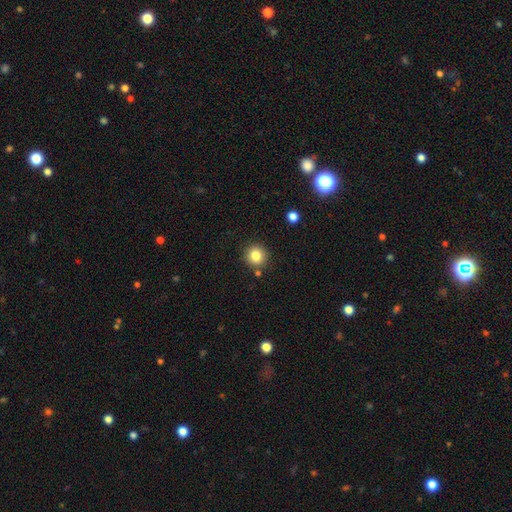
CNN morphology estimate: smooth_or_featured: smooth (p=0.83) [alt: star or artifact p=0.11]
how_rounded: round (p=0.93) [alt: in between p=0.06]
merging: none (p=0.86) [alt: minor disturbance p=0.07]